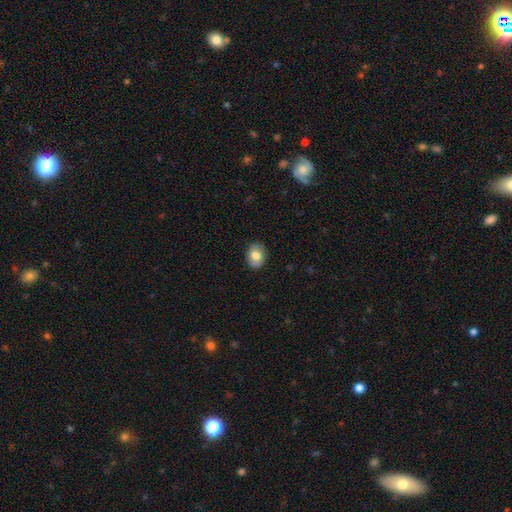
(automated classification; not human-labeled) A smooth galaxy with no disk features (73%) that is in between round and cigar-shaped (65%). Merging: none (84%).